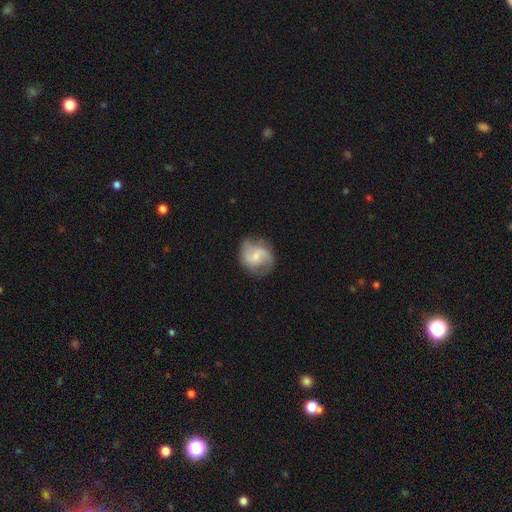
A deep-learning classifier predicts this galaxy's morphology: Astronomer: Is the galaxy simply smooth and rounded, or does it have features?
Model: featured or disk — 64%.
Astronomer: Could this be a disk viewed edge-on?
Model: no — 98%.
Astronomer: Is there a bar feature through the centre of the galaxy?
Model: no — 46% (runner-up: weak, 43%).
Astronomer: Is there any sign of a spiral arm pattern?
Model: yes — 90%.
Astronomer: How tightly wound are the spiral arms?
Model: medium — 47% (runner-up: loose, 33%).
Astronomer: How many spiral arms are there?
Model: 2 — 82%.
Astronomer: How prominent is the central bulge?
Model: small — 56% (runner-up: moderate, 33%).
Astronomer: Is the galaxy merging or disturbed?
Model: none — 69%.